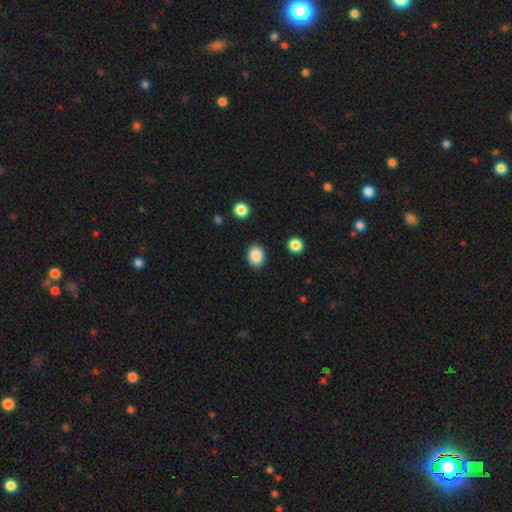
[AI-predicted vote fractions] Morphology: type=smooth (88%); roundness=in between (58%); merging=none (87%).